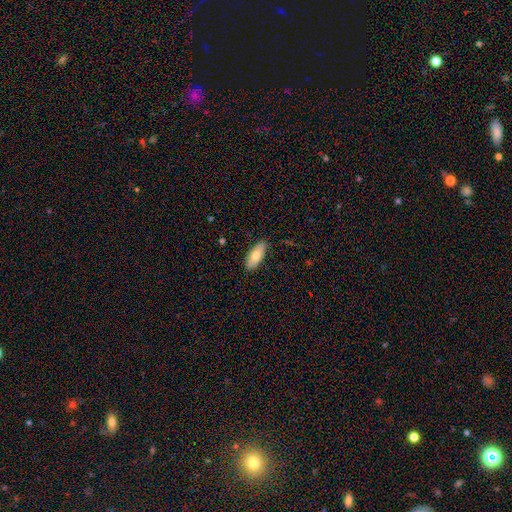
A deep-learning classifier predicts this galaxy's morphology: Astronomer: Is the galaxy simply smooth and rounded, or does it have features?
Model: smooth — 73%.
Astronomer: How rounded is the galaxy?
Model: in between — 81%.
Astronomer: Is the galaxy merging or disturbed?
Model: none — 86%.